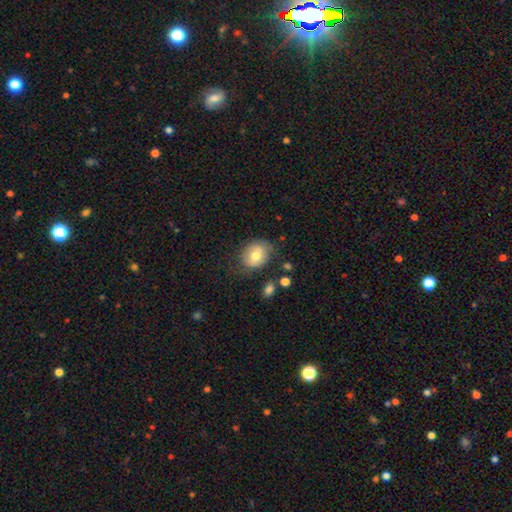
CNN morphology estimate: This is likely a smooth galaxy (71%). How rounded: possibly in between (50%). Merging: likely none (66%).